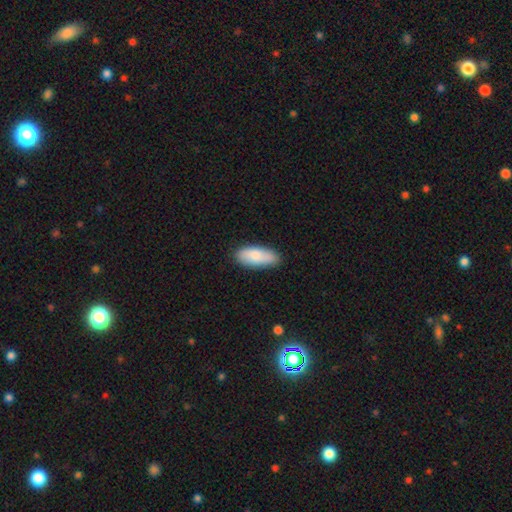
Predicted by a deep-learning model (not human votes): Overall: smooth (84%). How rounded: in between (83%). Merging: none (83%).